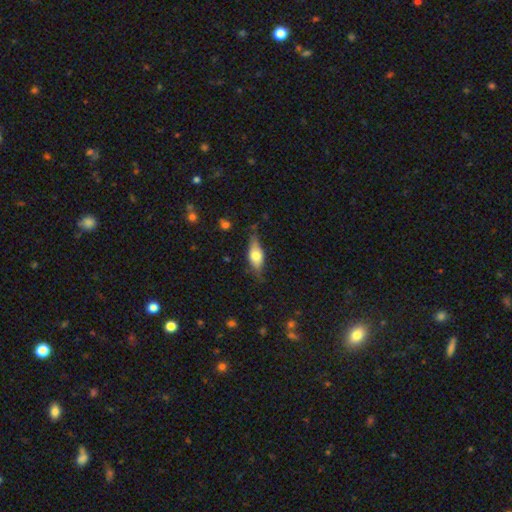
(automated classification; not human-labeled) A smooth galaxy with no disk features (56%) that is in between round and cigar-shaped (72%).

Vote fractions:
- Smooth or featured? smooth: 56% / featured or disk: 37% / star or artifact: 7%
- How rounded? in between: 72% / cigar-shaped: 24% / round: 4%
- Merging? none: 70% / minor disturbance: 22% / major disturbance: 5% / merger: 2%